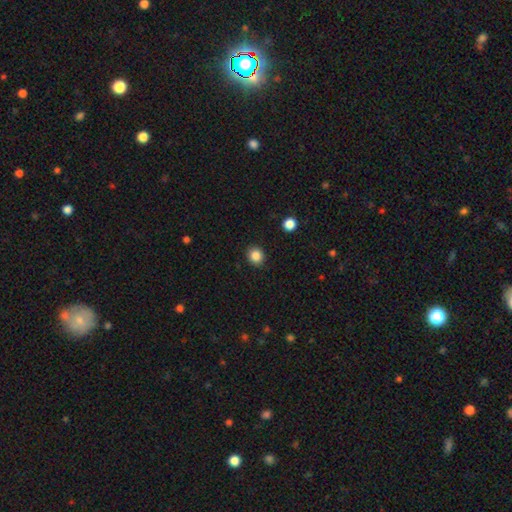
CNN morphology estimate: Smooth or featured: smooth — 86% (star or artifact — 11%)
How rounded: round — 85% (in between — 14%)
Merging: none — 91% (minor disturbance — 6%)